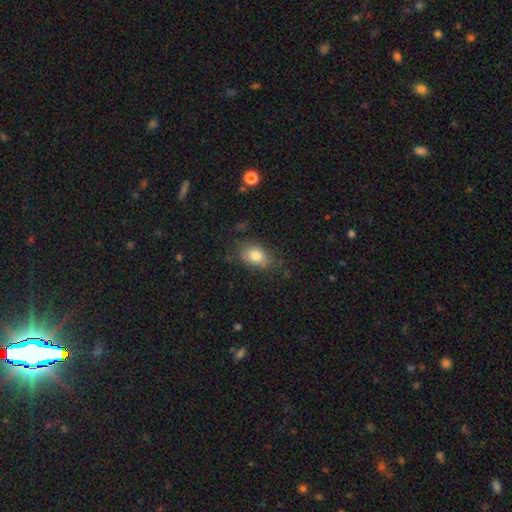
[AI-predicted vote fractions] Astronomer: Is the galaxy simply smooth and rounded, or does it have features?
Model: smooth — 80%.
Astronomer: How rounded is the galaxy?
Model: in between — 81%.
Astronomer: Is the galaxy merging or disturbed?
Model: none — 73%.